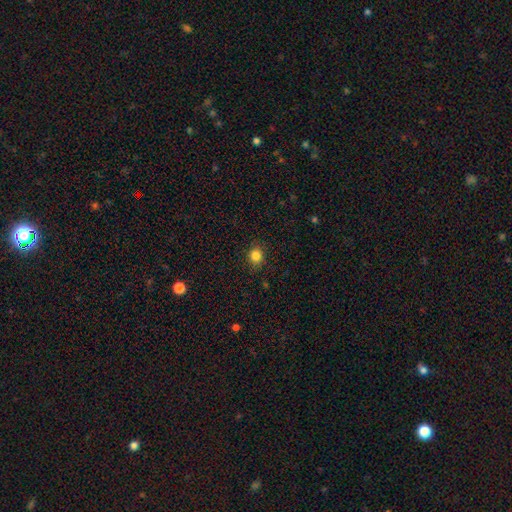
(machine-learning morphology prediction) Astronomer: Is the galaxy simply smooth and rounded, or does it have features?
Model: smooth — 84%.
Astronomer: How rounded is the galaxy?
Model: round — 77%.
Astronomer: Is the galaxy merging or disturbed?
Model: none — 88%.